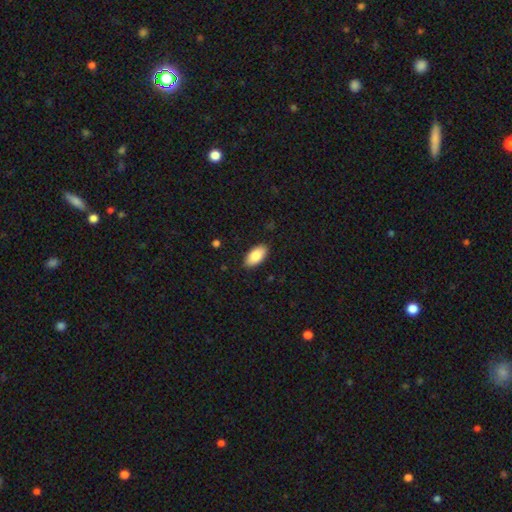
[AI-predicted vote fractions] smooth 86%, featured or disk 8%, star or artifact 6%. Down the decision tree: how rounded — in between (94%); merging — none (87%).